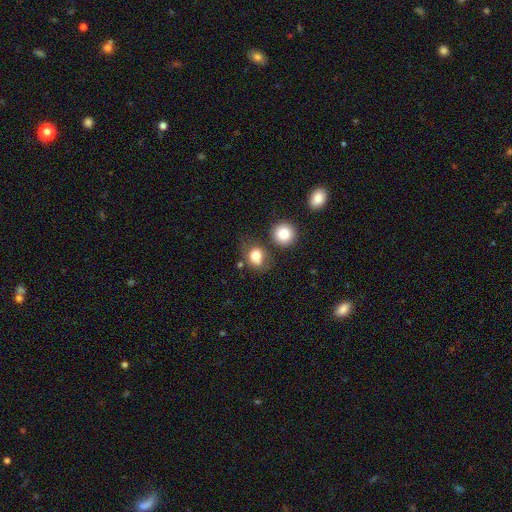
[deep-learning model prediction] This appears to be a smooth galaxy with no disk features (79%) that is round (55%). Merging: none (60%).